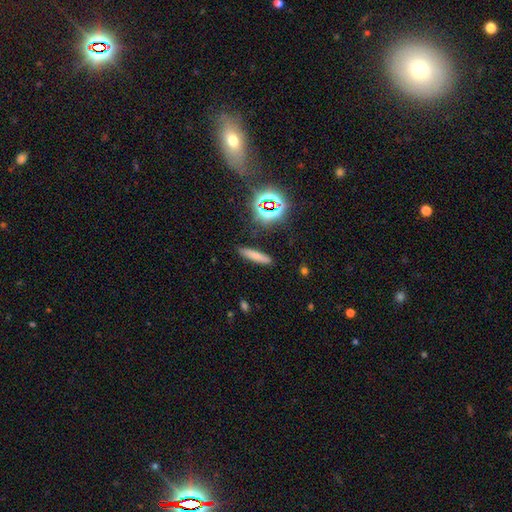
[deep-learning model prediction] This is likely a smooth galaxy (70%). How rounded: clearly cigar-shaped (80%). Merging: clearly none (87%).